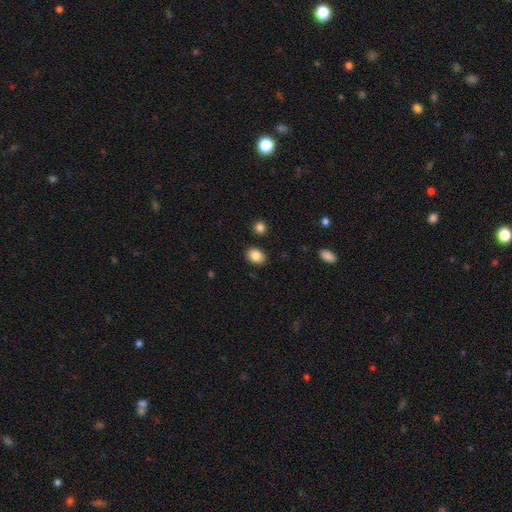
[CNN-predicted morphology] Overall: smooth (86%). How rounded: in between (64%; round 35%). Merging: none (87%).